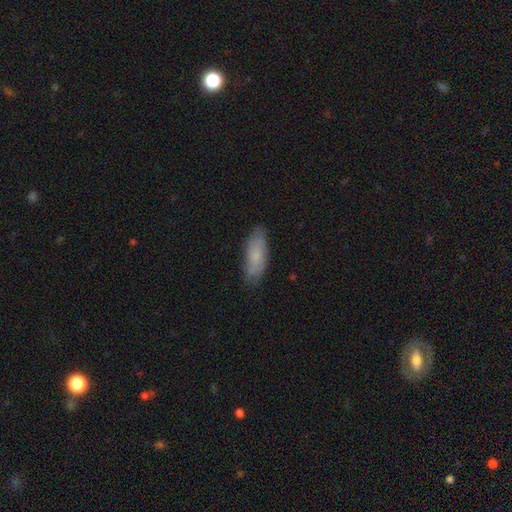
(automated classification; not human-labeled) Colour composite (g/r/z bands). It shows a smooth galaxy with no disk features (71%) that is in between round and cigar-shaped (68%). Merging: none (78%).